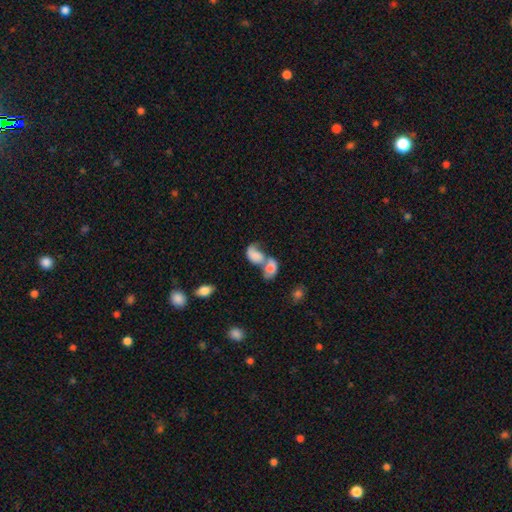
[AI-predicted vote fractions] A smooth galaxy with no disk features (65%) that is in between round and cigar-shaped (85%). Merging: merger (73%).